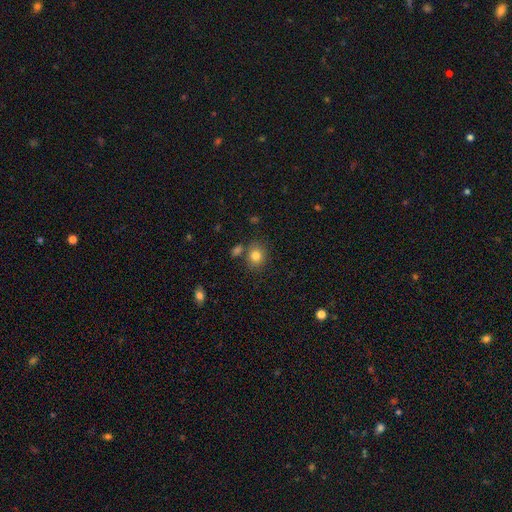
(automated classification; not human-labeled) Q: Smooth or featured?
A: smooth (81%); runner-up: star or artifact (11%)
Q: How rounded?
A: round (64%); runner-up: in between (35%)
Q: Merging?
A: none (74%); runner-up: minor disturbance (12%)